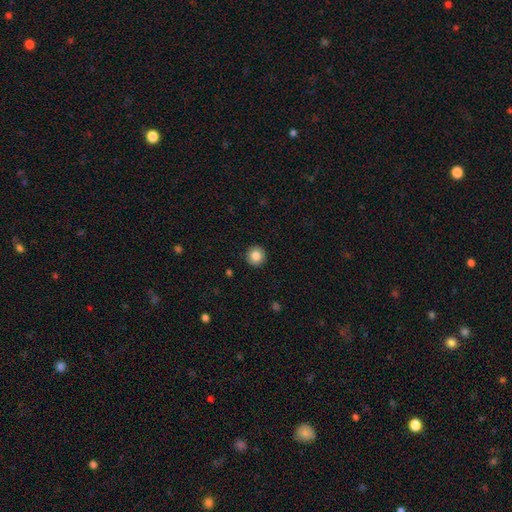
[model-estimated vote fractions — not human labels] The model was most divided on "smooth or featured": smooth: 85%, star or artifact: 9%, featured or disk: 6%. More confident: how rounded — round (95%); merging — none (92%).